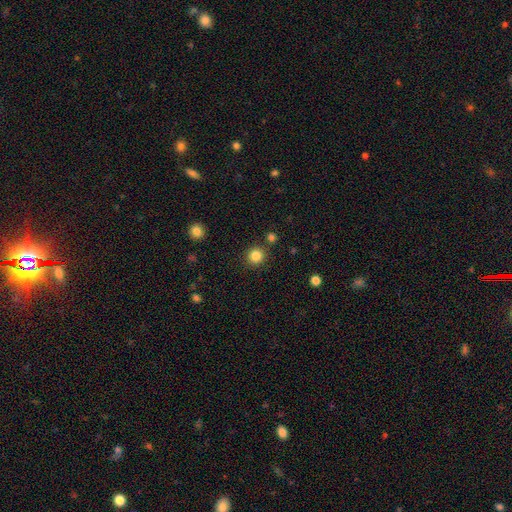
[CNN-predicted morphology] Overall: smooth (84%). How rounded: round (93%). Merging: none (87%).